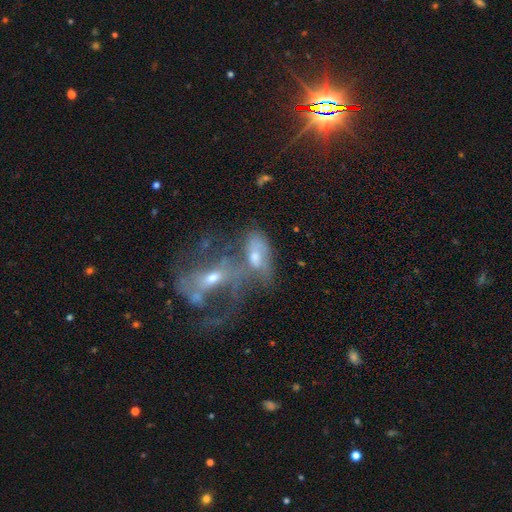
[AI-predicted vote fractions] This appears to be a featured or disk galaxy (46%). Merging: merger (61%).